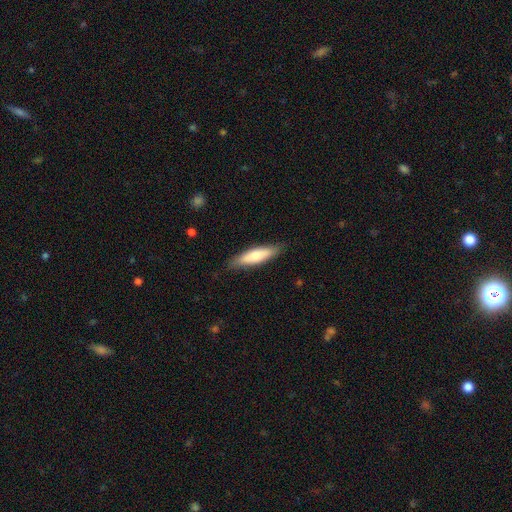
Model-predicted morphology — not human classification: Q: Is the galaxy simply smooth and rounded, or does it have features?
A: smooth — 68%.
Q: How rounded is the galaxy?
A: cigar-shaped — 66%.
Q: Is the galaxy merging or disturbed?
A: none — 85%.